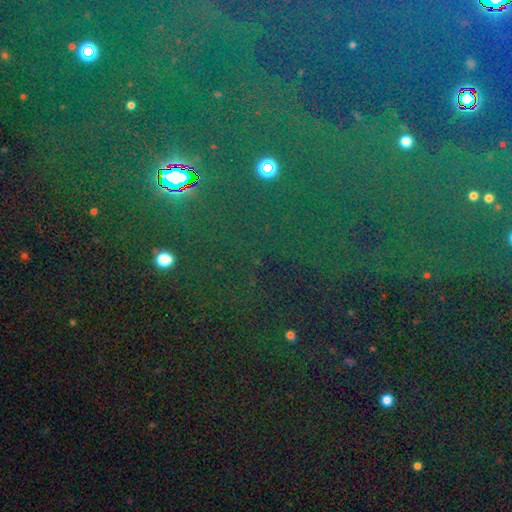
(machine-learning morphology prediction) A star or artifact, not a galaxy (84%).

Vote fractions:
- Smooth or featured? star or artifact: 84% / smooth: 9% / featured or disk: 7%